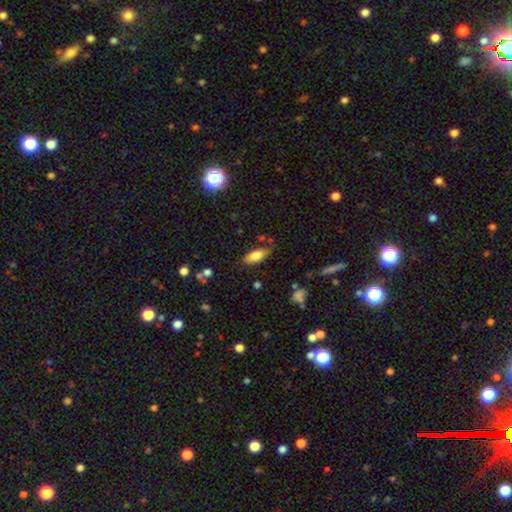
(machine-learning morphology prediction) Smooth or featured: smooth — 80% (featured or disk — 12%)
How rounded: in between — 79% (cigar-shaped — 19%)
Merging: none — 76% (minor disturbance — 17%)